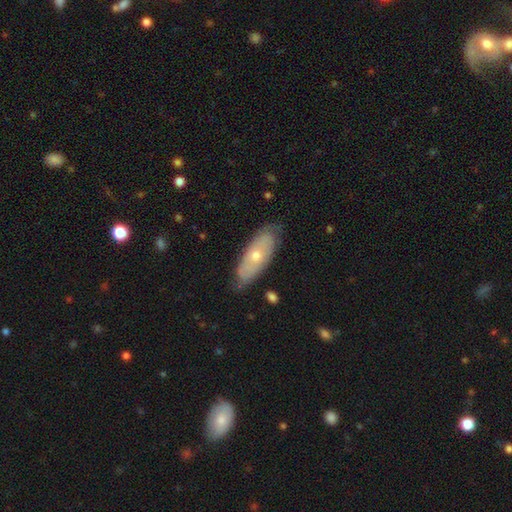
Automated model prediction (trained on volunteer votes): This is possibly a featured or disk galaxy (54%). It is likely not viewed edge-on (77%). Merging: likely none (76%).